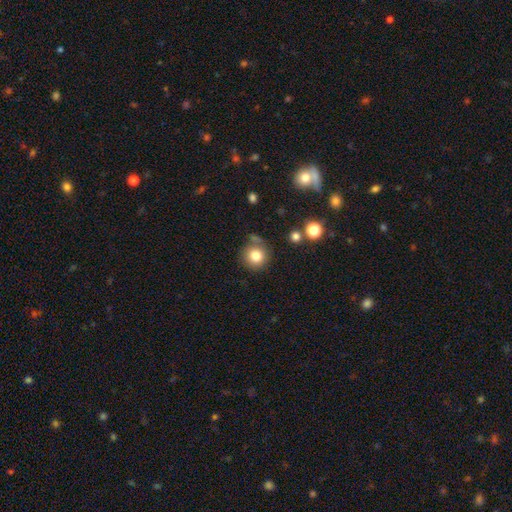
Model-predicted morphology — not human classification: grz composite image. It shows a smooth galaxy with no disk features (80%) that is round (92%). Merging: none (76%).